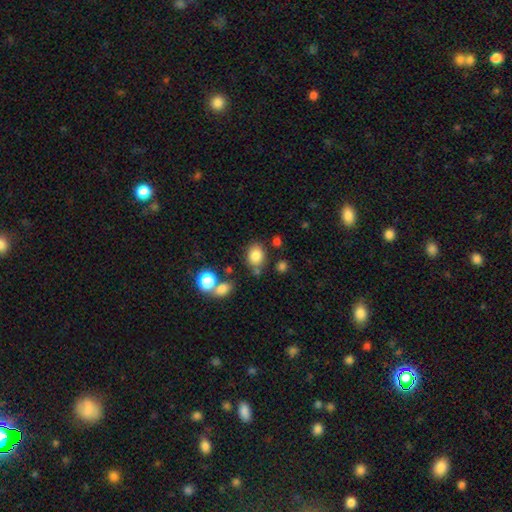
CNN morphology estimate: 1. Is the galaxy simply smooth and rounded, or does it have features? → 82% smooth, 11% star or artifact, 7% featured or disk.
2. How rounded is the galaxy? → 59% in between, 40% round, 1% cigar-shaped.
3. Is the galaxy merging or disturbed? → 70% none, 15% minor disturbance, 10% merger, 5% major disturbance.